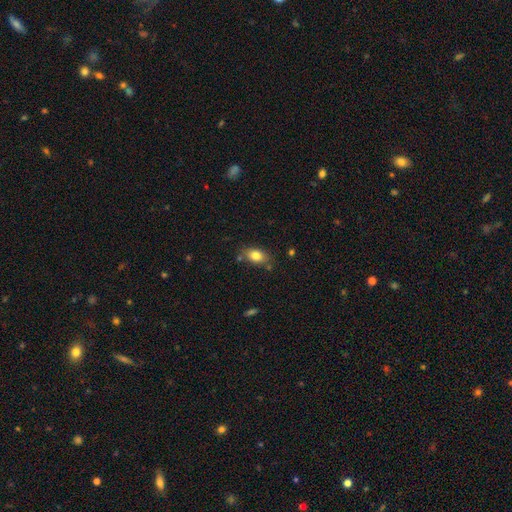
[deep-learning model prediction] Smooth or featured?
  - smooth: 81% *
  - featured or disk: 11%
  - star or artifact: 9%
How rounded?
  - in between: 83% *
  - round: 15%
  - cigar-shaped: 2%
Merging?
  - none: 74% *
  - minor disturbance: 17%
  - merger: 5%
  - major disturbance: 4%